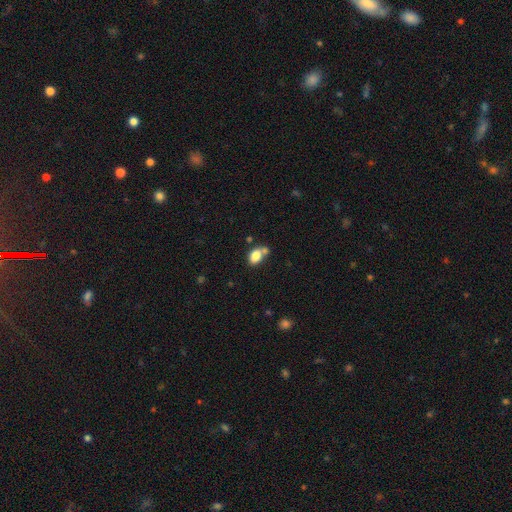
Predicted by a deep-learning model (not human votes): smooth_or_featured: smooth (p=0.82) [alt: star or artifact p=0.09]
how_rounded: in between (p=0.82) [alt: round p=0.16]
merging: none (p=0.47) [alt: merger p=0.33]